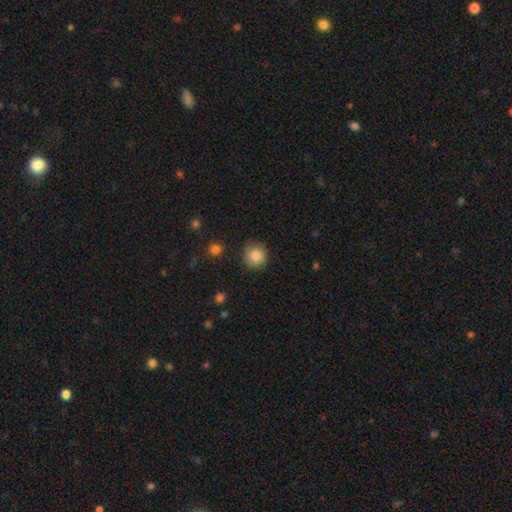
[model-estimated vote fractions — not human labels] Morphology: type=smooth (83%); roundness=round (89%); merging=none (81%).